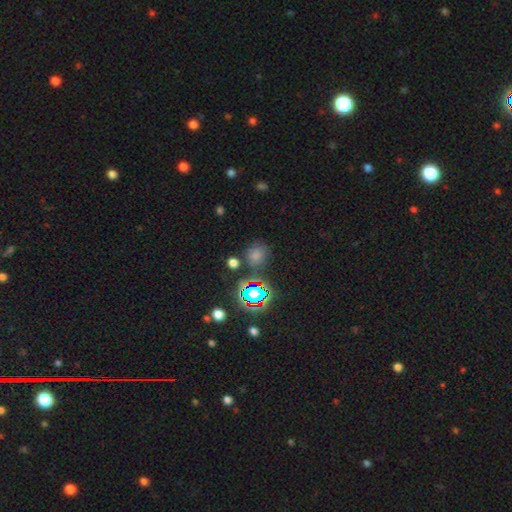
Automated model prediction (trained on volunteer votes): Smooth or featured? Predicted: smooth (p=0.66). How rounded? Predicted: round (p=0.81). Merging? Predicted: none (p=0.73).